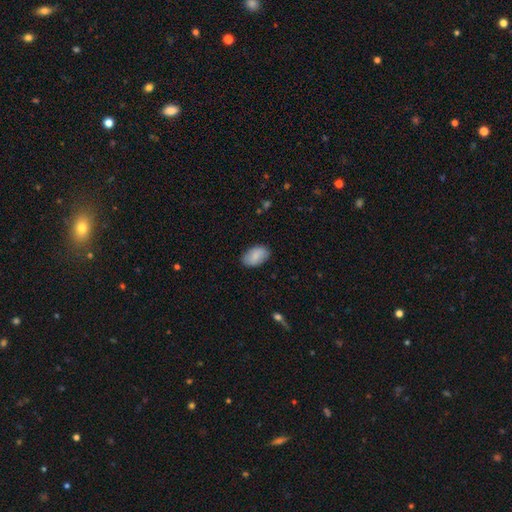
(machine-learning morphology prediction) Smooth or featured?
  - smooth: 84% *
  - featured or disk: 10%
  - star or artifact: 6%
How rounded?
  - in between: 93% *
  - round: 6%
  - cigar-shaped: 2%
Merging?
  - none: 85% *
  - minor disturbance: 12%
  - major disturbance: 2%
  - merger: 1%